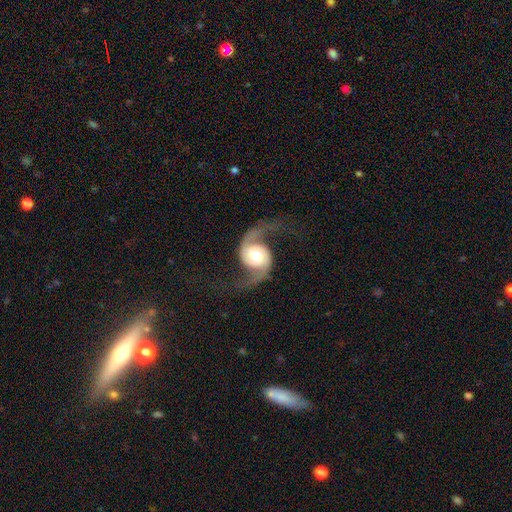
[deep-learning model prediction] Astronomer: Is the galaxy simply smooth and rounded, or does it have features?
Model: featured or disk — 91%.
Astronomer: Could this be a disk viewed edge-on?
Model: no — 98%.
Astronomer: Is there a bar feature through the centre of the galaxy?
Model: no — 63%.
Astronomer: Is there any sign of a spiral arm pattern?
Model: yes — 98%.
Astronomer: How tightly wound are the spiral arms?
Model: loose — 73%.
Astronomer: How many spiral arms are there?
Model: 2 — 95%.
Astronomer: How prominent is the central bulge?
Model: moderate — 62%.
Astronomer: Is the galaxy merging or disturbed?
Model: none — 72%.